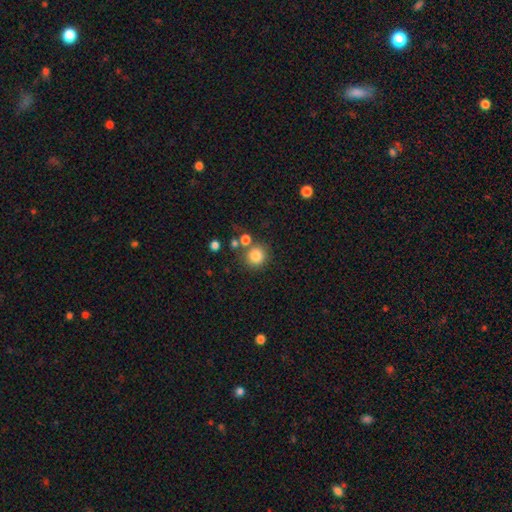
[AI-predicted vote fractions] A smooth galaxy with no disk features (83%) that is round (91%). Merging: none (75%).